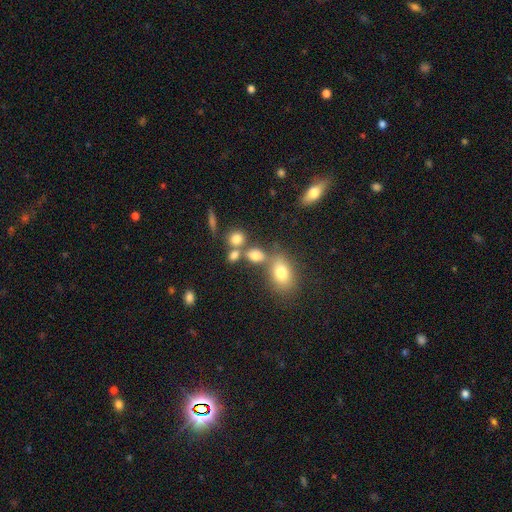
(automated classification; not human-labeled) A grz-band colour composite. It shows a smooth galaxy with no disk features (66%) that is in between round and cigar-shaped (55%). Merging: none (53%).